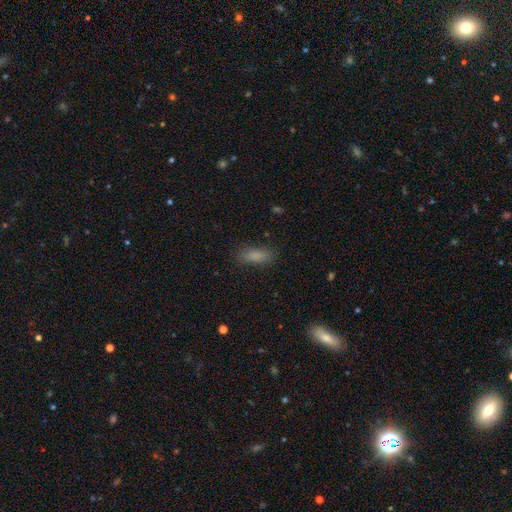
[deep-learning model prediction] Smooth or featured: smooth — 85% (star or artifact — 9%)
How rounded: in between — 69% (cigar-shaped — 29%)
Merging: none — 84% (minor disturbance — 12%)